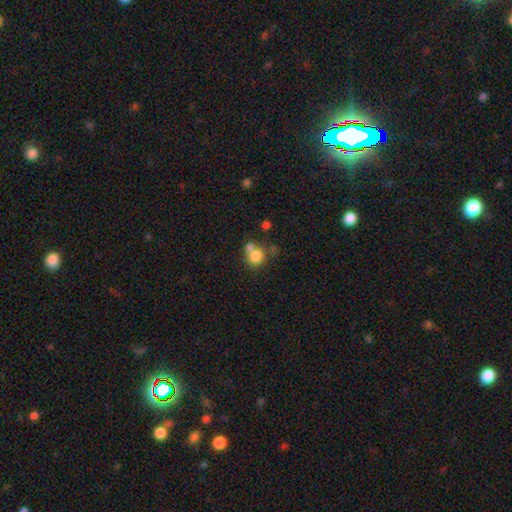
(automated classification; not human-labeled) Smooth or featured? Predicted: smooth (p=0.78). How rounded? Predicted: round (p=0.77). Merging? Predicted: merger (p=0.43).